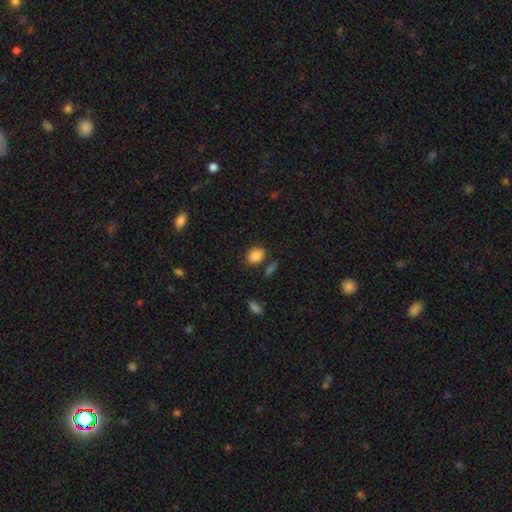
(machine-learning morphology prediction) smooth 87%, star or artifact 9%, featured or disk 5%. Down the decision tree: how rounded — in between (67%); merging — none (77%).